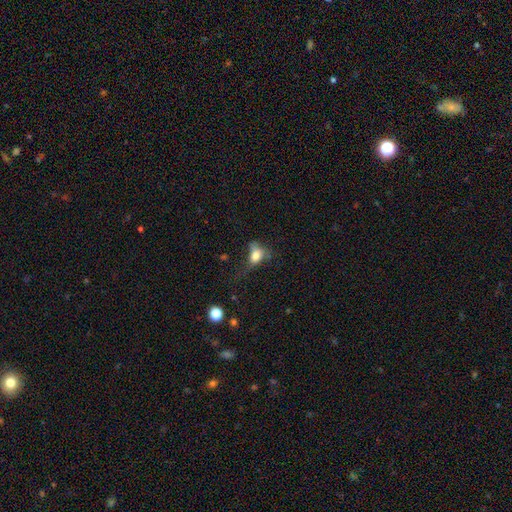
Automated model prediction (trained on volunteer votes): smooth-or-featured: smooth: 72% | featured or disk: 16% | star or artifact: 12%
  how-rounded: in between: 71% | round: 25% | cigar-shaped: 4%
  merging: major disturbance: 42% | none: 27% | minor disturbance: 26% | merger: 4%